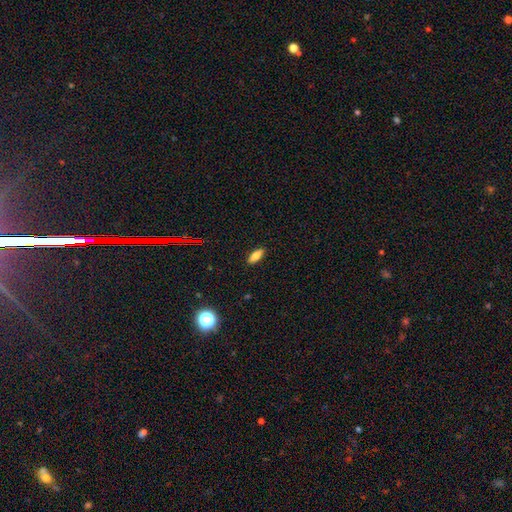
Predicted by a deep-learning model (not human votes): Overall: smooth (76%). How rounded: in between (74%). Merging: none (89%).